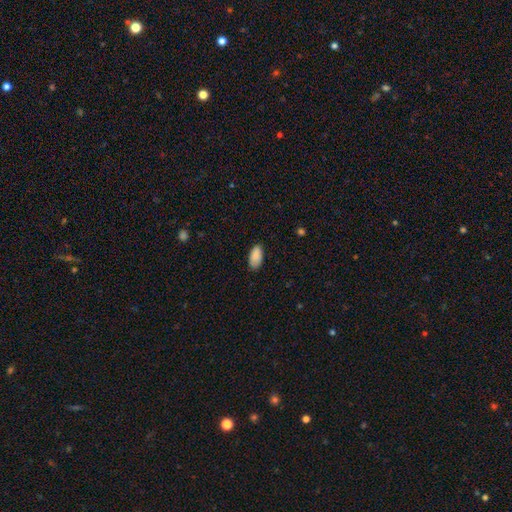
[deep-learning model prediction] smooth_or_featured: smooth (p=0.89) [alt: star or artifact p=0.07]
how_rounded: in between (p=0.94) [alt: cigar-shaped p=0.03]
merging: none (p=0.83) [alt: minor disturbance p=0.14]